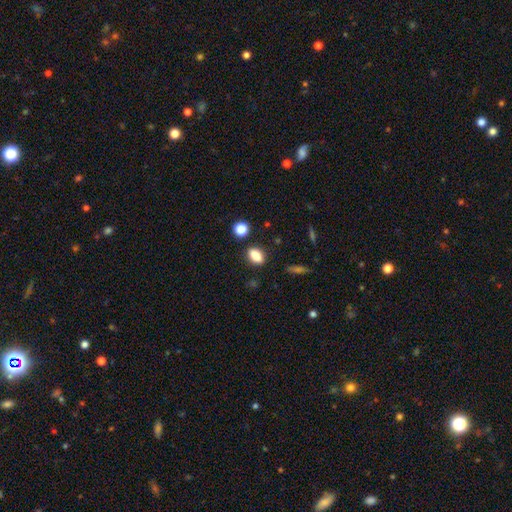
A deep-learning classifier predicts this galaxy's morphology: Overall: smooth (83%). How rounded: in between (78%). Merging: none (85%).